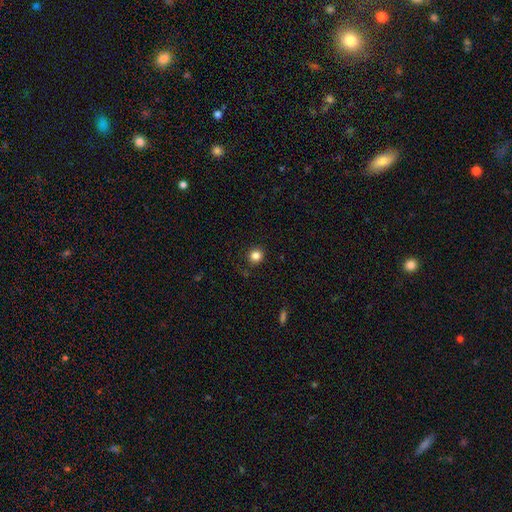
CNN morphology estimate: smooth 84%, star or artifact 12%, featured or disk 4%. Down the decision tree: how rounded — round (88%); merging — none (89%).